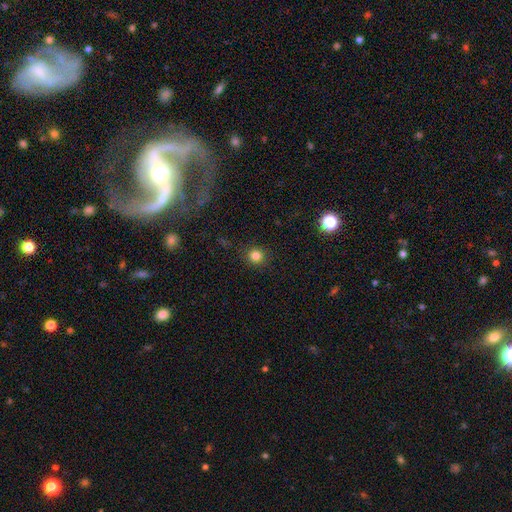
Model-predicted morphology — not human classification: This is clearly a smooth galaxy (82%). How rounded: clearly round (92%). Merging: clearly none (90%).